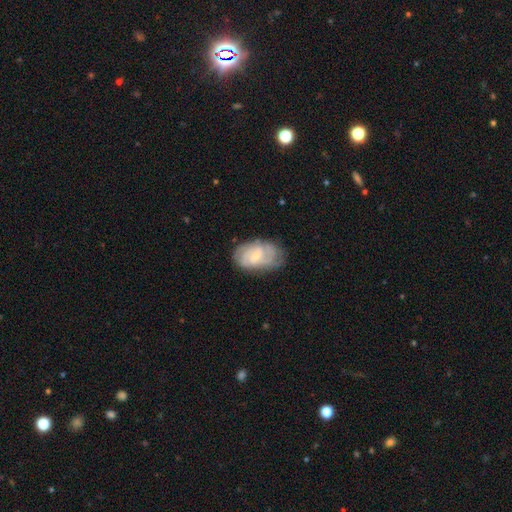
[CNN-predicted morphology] smooth-or-featured: featured or disk: 77% | smooth: 17% | star or artifact: 6%
  disk-edge-on: no: 97% | yes: 3%
    bar: weak: 49% | no: 41% | strong: 10%
    has-spiral-arms: yes: 93% | no: 7%
      spiral-winding: tight: 59% | medium: 33% | loose: 8%
      spiral-arm-count: 2: 40% | can't tell: 30% | 3: 17% | 4: 6% | 1: 4% | more than 4: 3%
    bulge-size: small: 64% | moderate: 30% | none: 4% | large: 1% | dominant: 1%
  merging: none: 72% | minor disturbance: 21% | major disturbance: 6% | merger: 1%